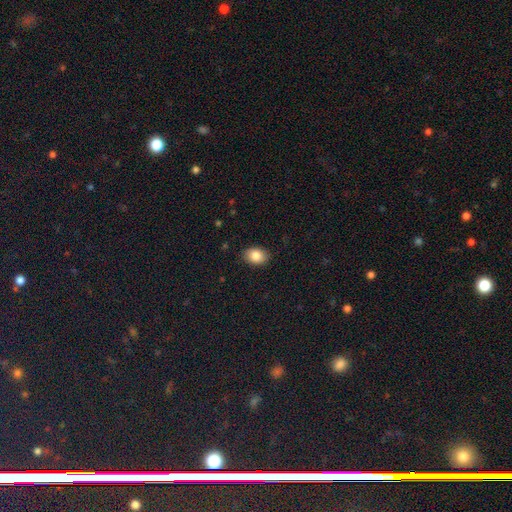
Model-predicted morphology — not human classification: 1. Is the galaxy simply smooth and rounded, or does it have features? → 85% smooth, 8% star or artifact, 7% featured or disk.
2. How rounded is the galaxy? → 73% in between, 26% round, 1% cigar-shaped.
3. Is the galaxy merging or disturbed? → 88% none, 9% minor disturbance, 2% major disturbance, 1% merger.